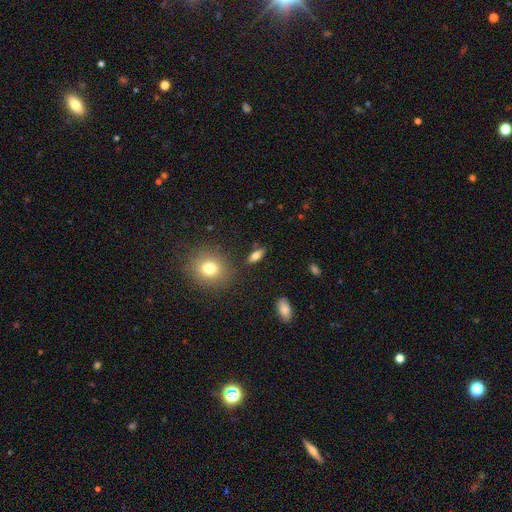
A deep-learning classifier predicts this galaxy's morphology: Smooth or featured: smooth — 70% (featured or disk — 20%)
How rounded: in between — 73% (cigar-shaped — 20%)
Merging: none — 84% (minor disturbance — 10%)